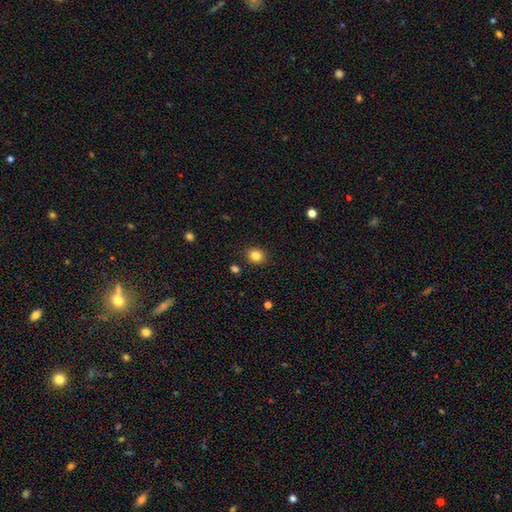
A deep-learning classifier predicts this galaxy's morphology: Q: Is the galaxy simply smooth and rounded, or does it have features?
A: smooth — 83%.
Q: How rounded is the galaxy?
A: round — 79%.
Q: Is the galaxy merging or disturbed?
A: none — 87%.